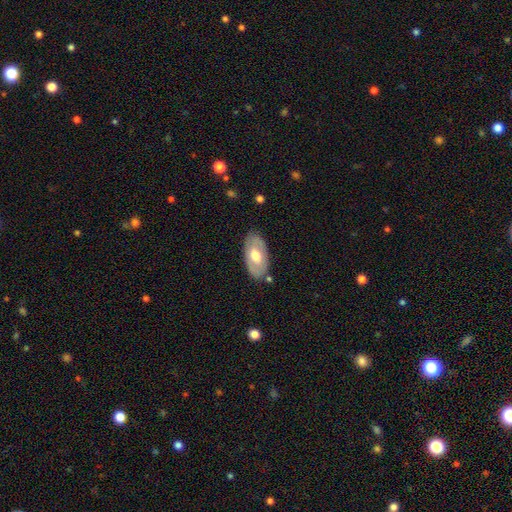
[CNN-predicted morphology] Overall: smooth (50%; featured or disk 45%). How rounded: in between (94%). Merging: none (80%).